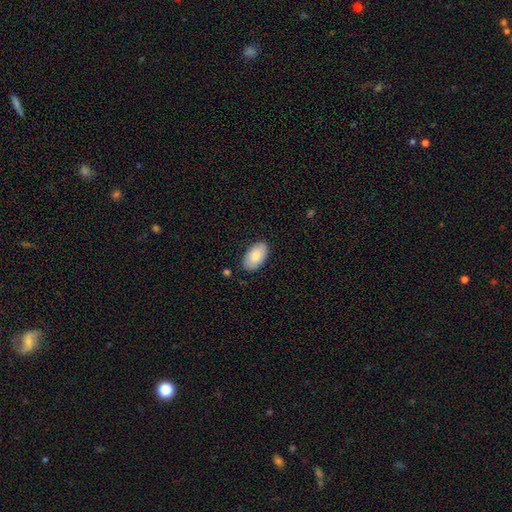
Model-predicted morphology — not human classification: smooth 82%, featured or disk 12%, star or artifact 6%. Down the decision tree: how rounded — in between (95%); merging — none (86%).